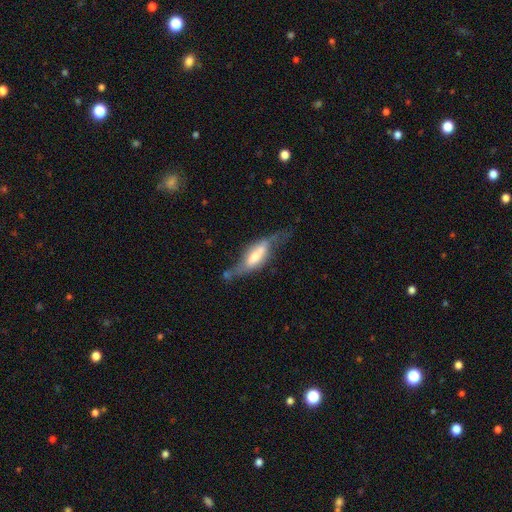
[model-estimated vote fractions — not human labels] The model was most divided on "merging": none: 39%, minor disturbance: 28%, major disturbance: 27%, merger: 6%. More confident: smooth or featured — featured or disk (60%); edge-on disk — yes (56%).